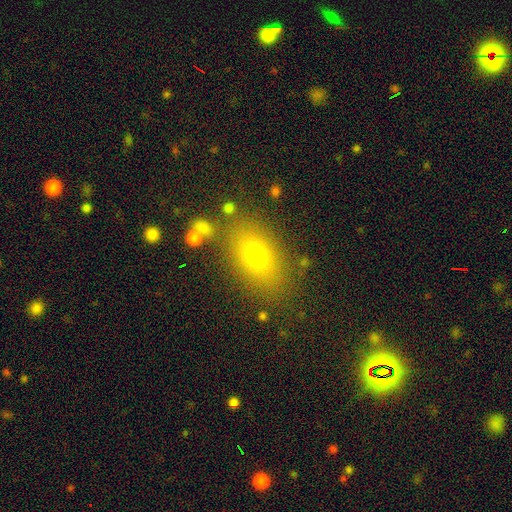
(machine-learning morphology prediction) Smooth or featured? smooth (70%)
How rounded? in between (79%)
Merging? none (80%)